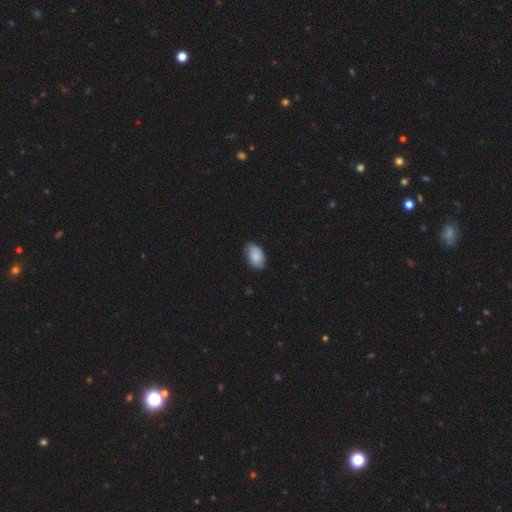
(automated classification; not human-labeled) The model was most divided on "merging": none: 76%, minor disturbance: 21%, major disturbance: 3%, merger: 1%. More confident: how rounded — in between (93%); smooth or featured — smooth (80%).